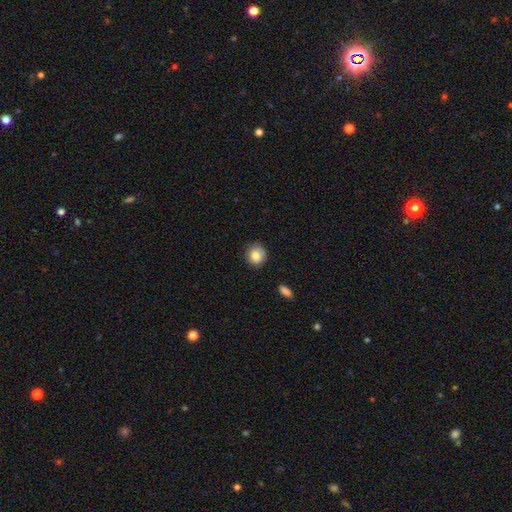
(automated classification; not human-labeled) This is clearly a smooth galaxy (83%). How rounded: clearly round (80%). Merging: clearly none (83%).